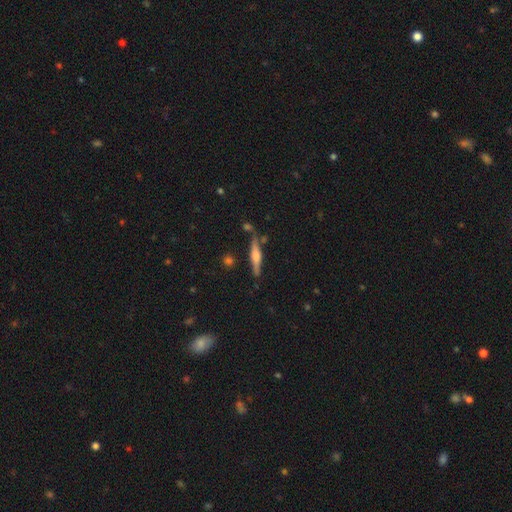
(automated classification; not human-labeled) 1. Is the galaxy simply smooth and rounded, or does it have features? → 61% featured or disk, 32% smooth, 7% star or artifact.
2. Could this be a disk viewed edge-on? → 96% yes, 4% no.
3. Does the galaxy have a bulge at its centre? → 80% rounded, 13% boxy, 7% none.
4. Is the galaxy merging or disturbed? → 78% none, 13% minor disturbance, 6% merger, 3% major disturbance.